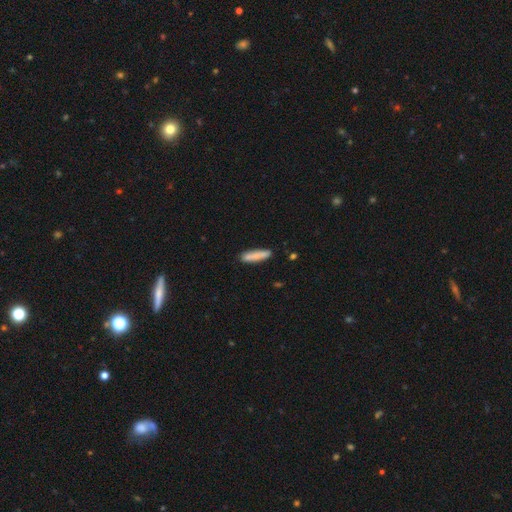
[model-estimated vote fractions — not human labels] smooth-or-featured: smooth: 84% | featured or disk: 10% | star or artifact: 6%
  how-rounded: cigar-shaped: 79% | in between: 19% | round: 1%
  merging: none: 85% | minor disturbance: 11% | merger: 2% | major disturbance: 2%